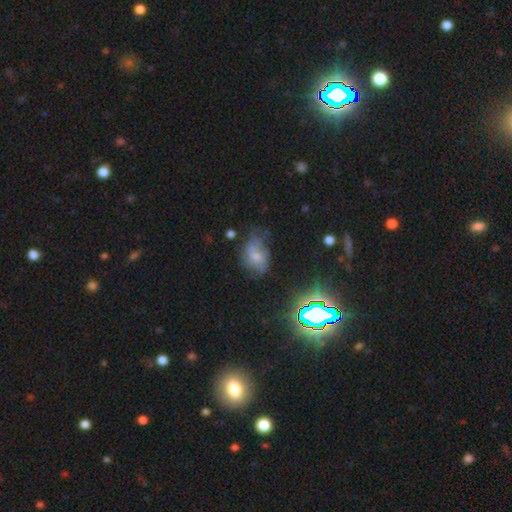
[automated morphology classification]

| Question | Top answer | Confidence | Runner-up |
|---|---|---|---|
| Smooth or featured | smooth | 52% | featured or disk (29%) |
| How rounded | in between | 82% | round (17%) |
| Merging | none | 42% | minor disturbance (34%) |